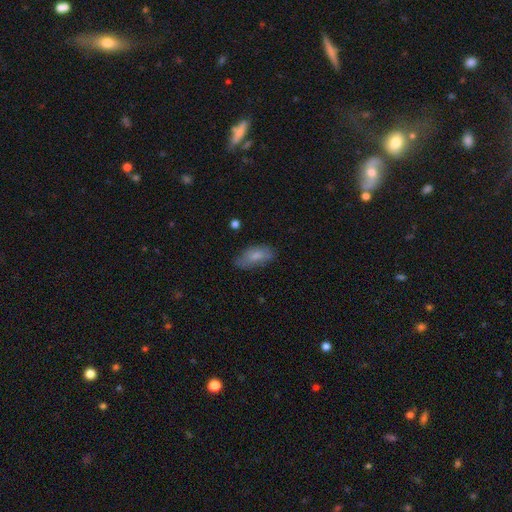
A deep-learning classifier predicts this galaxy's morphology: A smooth galaxy with no disk features (75%) that is in between round and cigar-shaped (86%). Merging: none (67%).